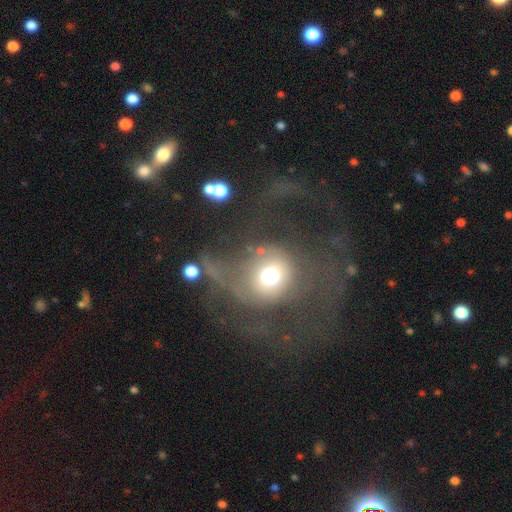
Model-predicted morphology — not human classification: A featured or disk galaxy (58%) with no bar (78%), no spiral arms (53%) and a moderate central bulge (61%). Merging: major disturbance (47%).